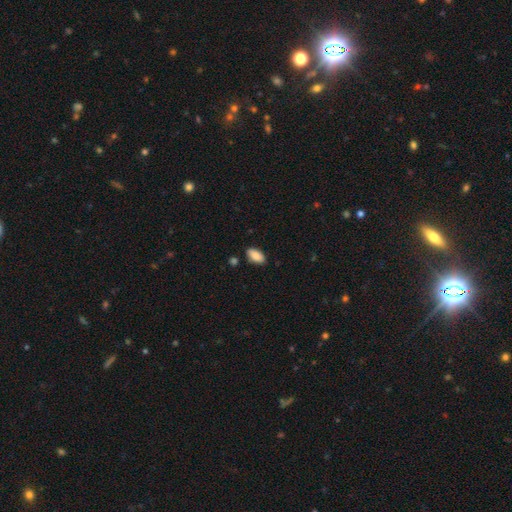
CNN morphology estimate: smooth 88%, star or artifact 7%, featured or disk 5%. Down the decision tree: how rounded — in between (94%); merging — none (85%).